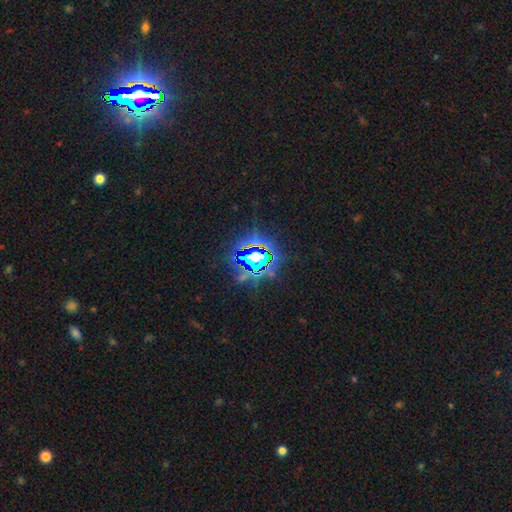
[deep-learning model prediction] A star or artifact, not a galaxy (82%).

Vote fractions:
- Smooth or featured? star or artifact: 82% / smooth: 11% / featured or disk: 7%